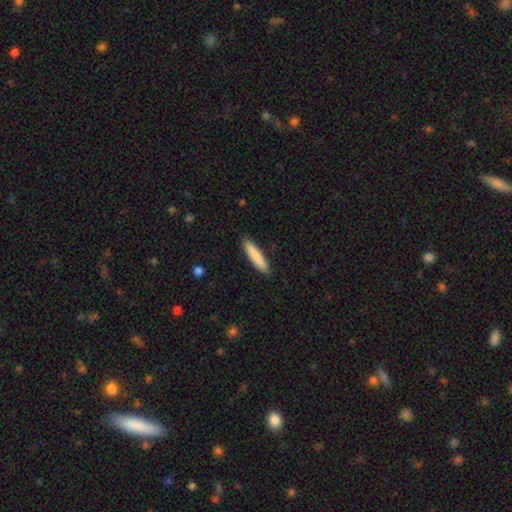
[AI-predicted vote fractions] Morphology: type=smooth (84%); roundness=cigar-shaped (86%); merging=none (90%).